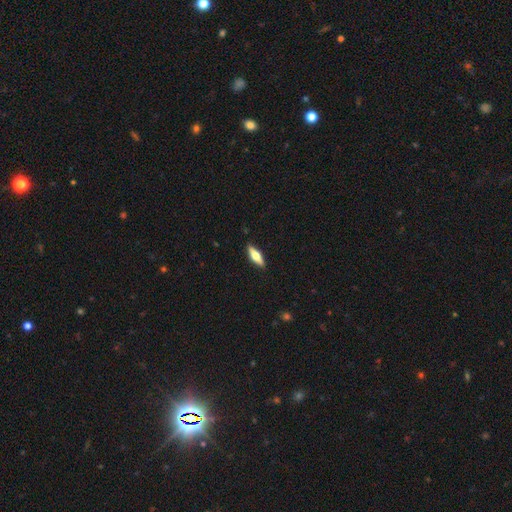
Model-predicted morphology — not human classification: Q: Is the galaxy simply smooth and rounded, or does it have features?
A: featured or disk — 47%, tied with smooth.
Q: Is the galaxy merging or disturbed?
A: none — 90%.